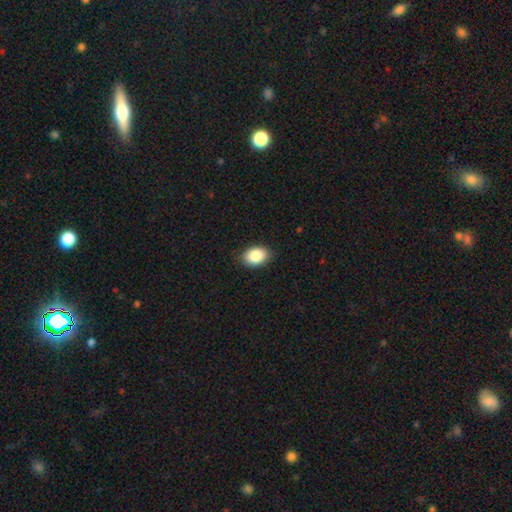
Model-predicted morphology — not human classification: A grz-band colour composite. It shows a smooth galaxy with no disk features (87%) that is in between round and cigar-shaped (83%). Merging: none (87%).